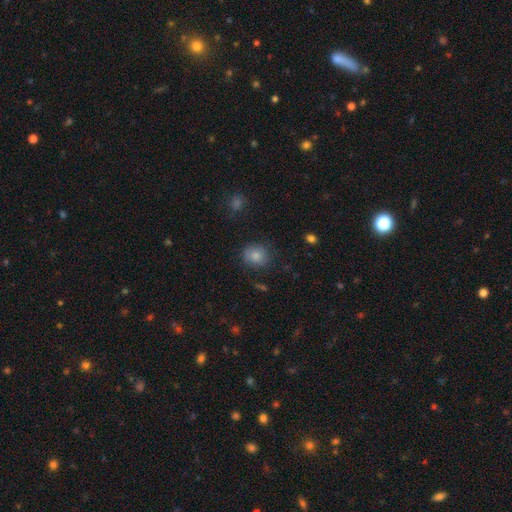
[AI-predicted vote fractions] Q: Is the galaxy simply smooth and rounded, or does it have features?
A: smooth — 83%.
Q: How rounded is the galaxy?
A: round — 78%.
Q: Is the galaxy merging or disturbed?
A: none — 78%.